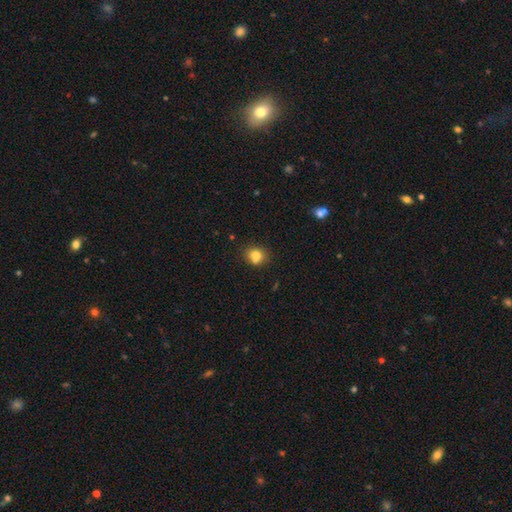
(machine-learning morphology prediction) smooth_or_featured: smooth (p=0.80) [alt: star or artifact p=0.11]
how_rounded: round (p=0.73) [alt: in between p=0.26]
merging: none (p=0.66) [alt: minor disturbance p=0.17]